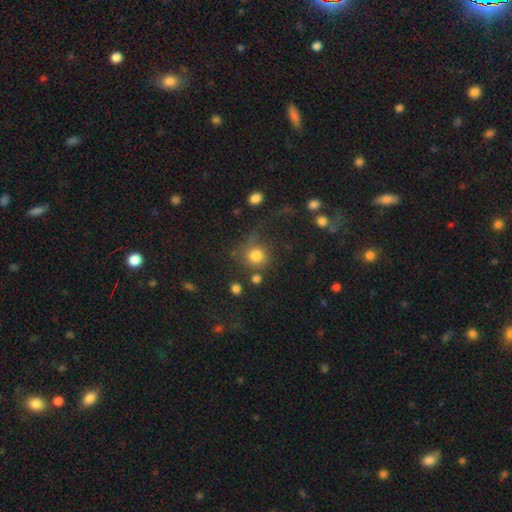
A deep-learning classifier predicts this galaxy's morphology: Smooth or featured? Predicted: smooth (p=0.77). How rounded? Predicted: round (p=0.87). Merging? Predicted: none (p=0.58).